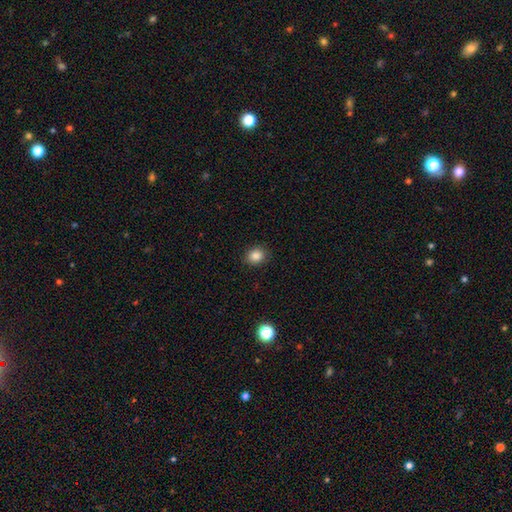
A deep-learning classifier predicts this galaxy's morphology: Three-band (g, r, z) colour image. It shows a smooth galaxy with no disk features (86%) that is round (63%). Merging: none (89%).